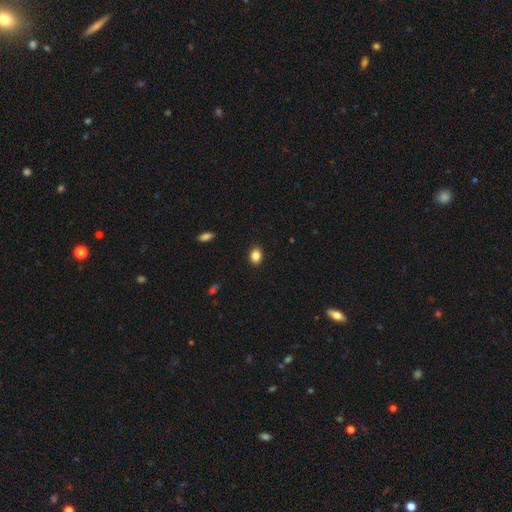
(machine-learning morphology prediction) smooth_or_featured: smooth (p=0.85) [alt: star or artifact p=0.10]
how_rounded: in between (p=0.67) [alt: round p=0.32]
merging: none (p=0.89) [alt: minor disturbance p=0.08]